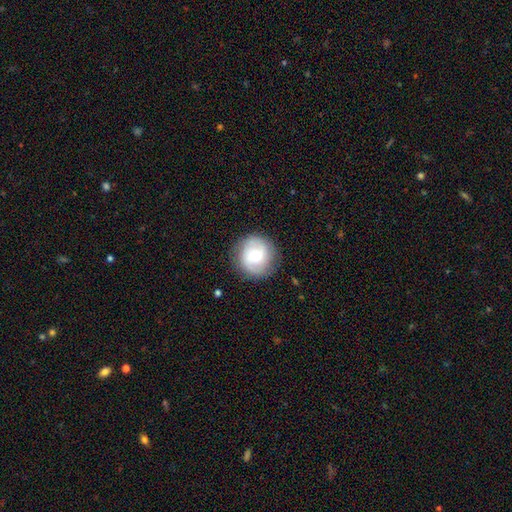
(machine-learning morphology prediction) The model was most divided on "smooth or featured": featured or disk: 47%, smooth: 45%, star or artifact: 8%. More confident: merging — none (86%).